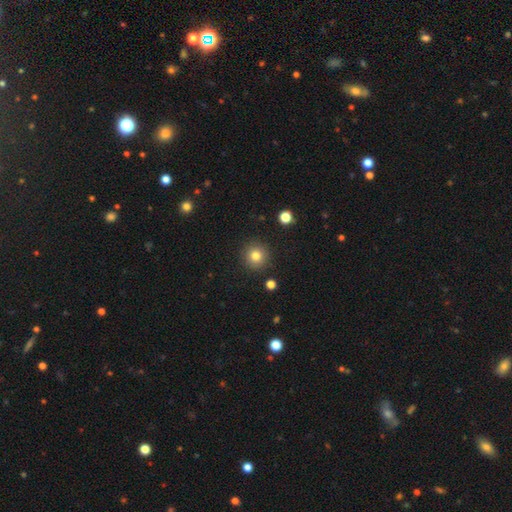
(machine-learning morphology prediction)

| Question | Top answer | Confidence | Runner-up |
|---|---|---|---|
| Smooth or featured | smooth | 80% | star or artifact (12%) |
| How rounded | round | 95% | in between (4%) |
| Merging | none | 90% | minor disturbance (6%) |